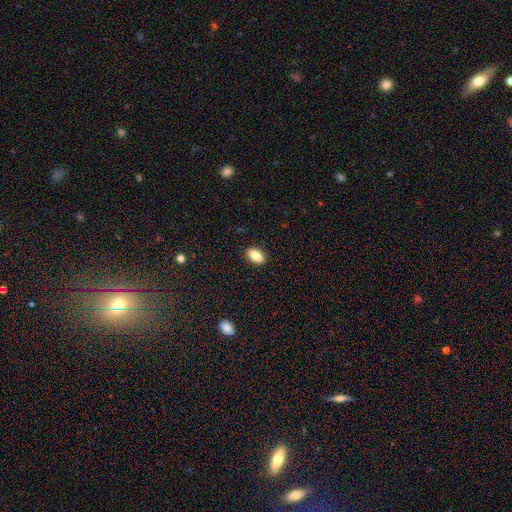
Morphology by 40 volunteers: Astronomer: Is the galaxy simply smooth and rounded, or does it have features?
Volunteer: smooth — 88%.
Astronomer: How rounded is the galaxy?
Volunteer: in between — 91%.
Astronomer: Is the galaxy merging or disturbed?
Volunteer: none — 84%.